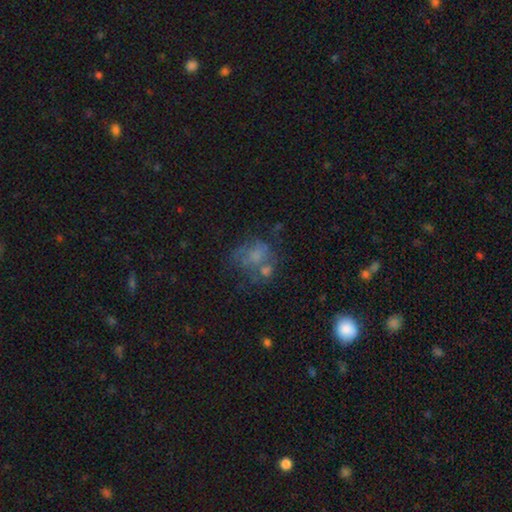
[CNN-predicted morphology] This is marginally a smooth galaxy (42%). Merging: marginally none (38%).